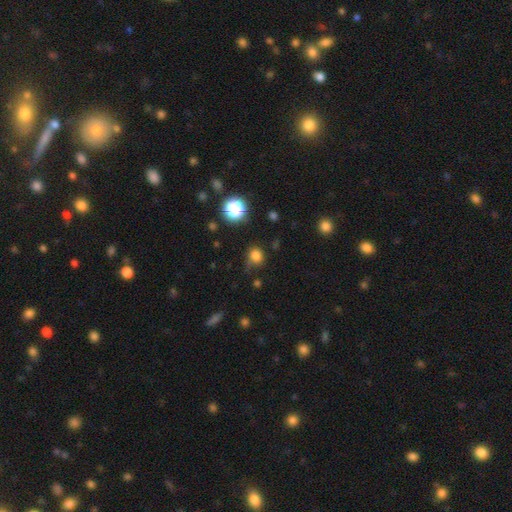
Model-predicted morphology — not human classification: type=smooth (79%); roundness=round (79%); merging=none (66%).